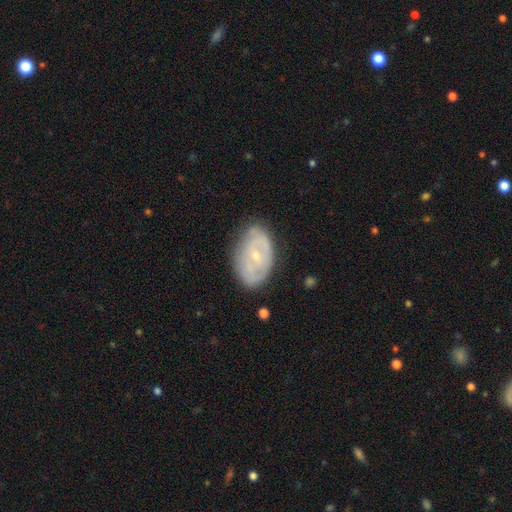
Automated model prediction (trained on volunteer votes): Smooth or featured?
  - featured or disk: 62% *
  - smooth: 31%
  - star or artifact: 7%
Edge-on disk?
  - no: 94% *
  - yes: 6%
Bar?
  - no: 61% *
  - weak: 30%
  - strong: 9%
Spiral arms?
  - yes: 52% *
  - no: 48%
Bulge size?
  - small: 70% *
  - moderate: 26%
  - none: 2%
  - large: 1%
  - dominant: 1%
Merging?
  - none: 75% *
  - minor disturbance: 19%
  - major disturbance: 5%
  - merger: 1%